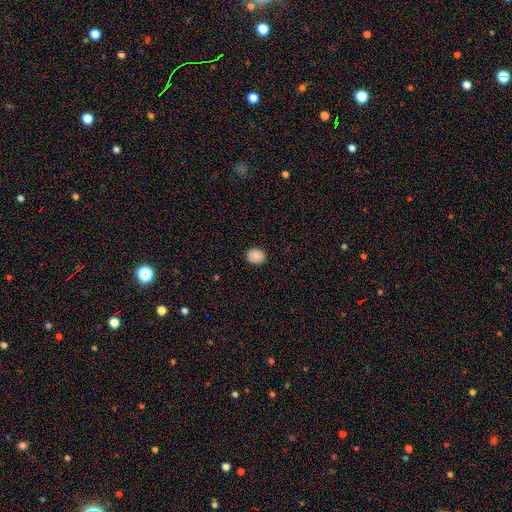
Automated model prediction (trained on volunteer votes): Overall: smooth (85%). How rounded: in between (52%; round 47%). Merging: none (85%).